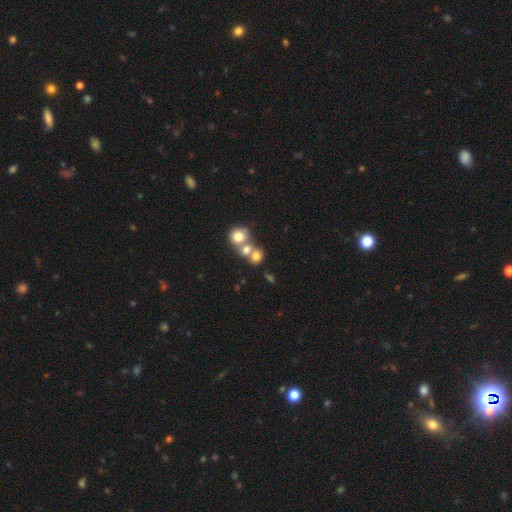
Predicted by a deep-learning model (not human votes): smooth 72%, featured or disk 16%, star or artifact 13%. Down the decision tree: how rounded — round (68%); merging — merger (58%).